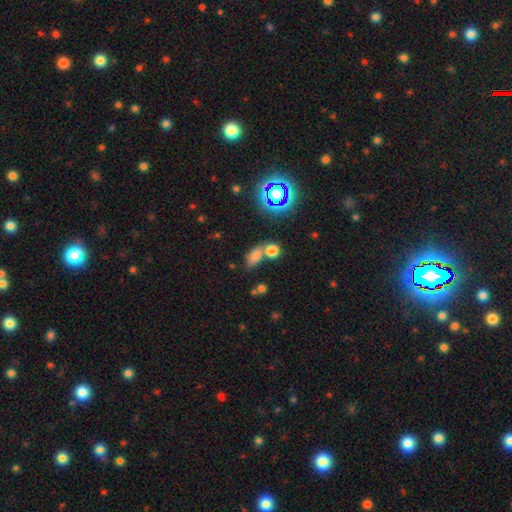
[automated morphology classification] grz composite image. It shows a smooth galaxy with no disk features (69%) that is in between round and cigar-shaped (76%). Merging: none (49%).